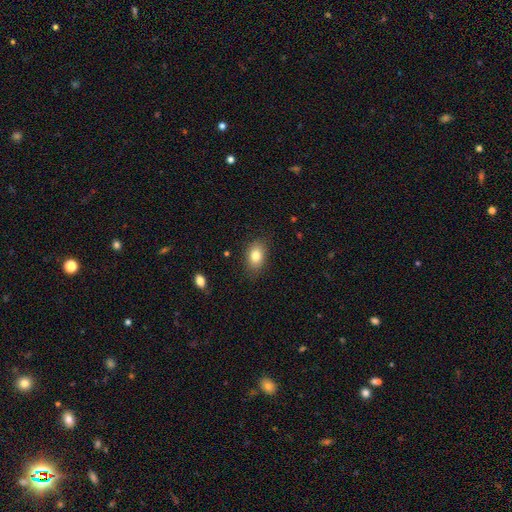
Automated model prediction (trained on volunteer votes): Smooth or featured?
  - smooth: 82% *
  - featured or disk: 9%
  - star or artifact: 9%
How rounded?
  - in between: 81% *
  - round: 17%
  - cigar-shaped: 1%
Merging?
  - none: 83% *
  - minor disturbance: 13%
  - major disturbance: 3%
  - merger: 1%